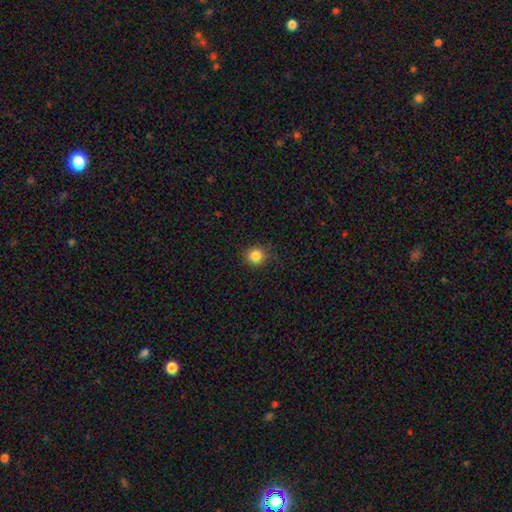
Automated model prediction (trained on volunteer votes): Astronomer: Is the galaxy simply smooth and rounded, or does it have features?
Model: smooth — 84%.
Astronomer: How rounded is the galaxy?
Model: round — 91%.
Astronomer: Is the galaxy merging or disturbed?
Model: none — 88%.